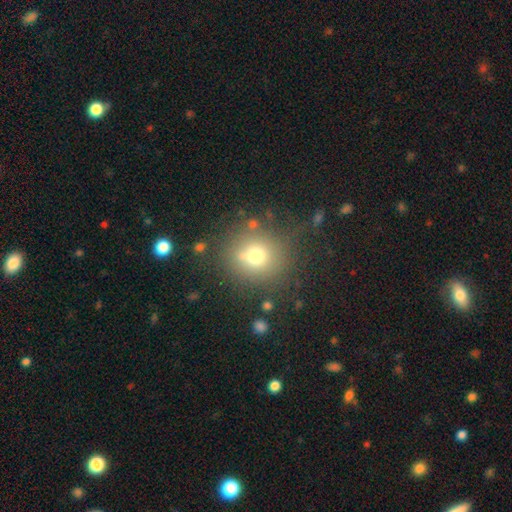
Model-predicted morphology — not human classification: Q: Smooth or featured?
A: smooth (69%); runner-up: star or artifact (16%)
Q: How rounded?
A: round (89%); runner-up: in between (10%)
Q: Merging?
A: none (73%); runner-up: minor disturbance (13%)